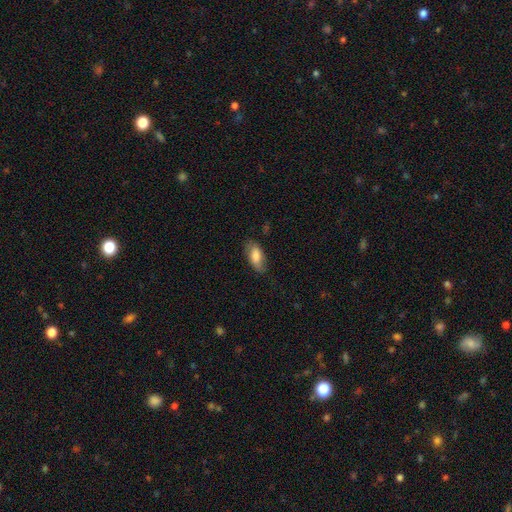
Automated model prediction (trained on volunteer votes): Overall: smooth (76%). How rounded: in between (87%). Merging: none (71%).